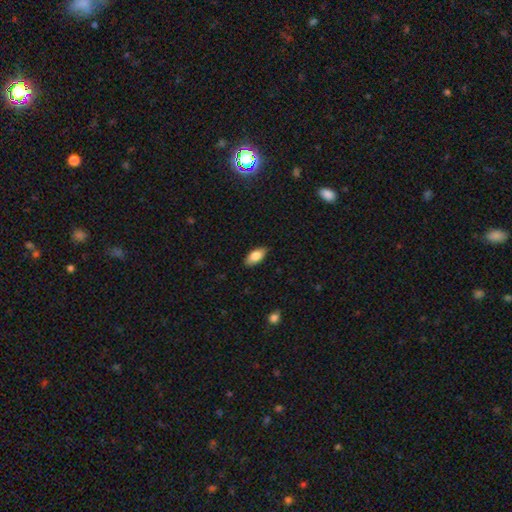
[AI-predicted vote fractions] smooth-or-featured: smooth: 83% | featured or disk: 10% | star or artifact: 7%
  how-rounded: in between: 91% | cigar-shaped: 6% | round: 3%
  merging: none: 87% | minor disturbance: 10% | major disturbance: 2% | merger: 1%